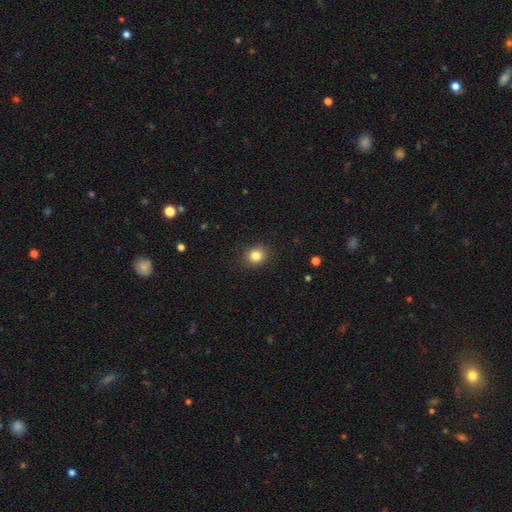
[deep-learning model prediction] Smooth or featured? Predicted: smooth (p=0.84). How rounded? Predicted: round (p=0.77). Merging? Predicted: none (p=0.89).